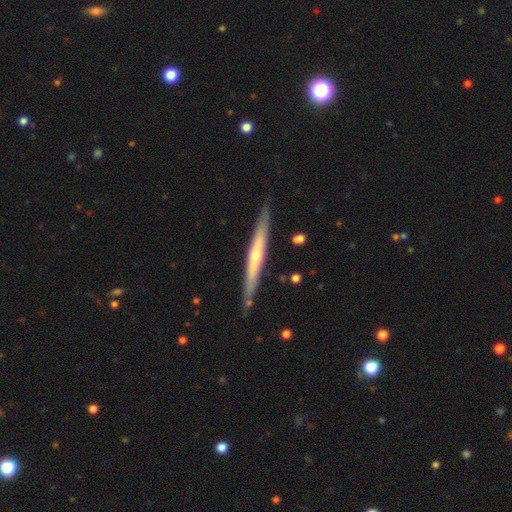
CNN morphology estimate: A featured or disk galaxy (74%) viewed edge-on (96%) with a rounded central bulge (67%). Merging: none (87%).